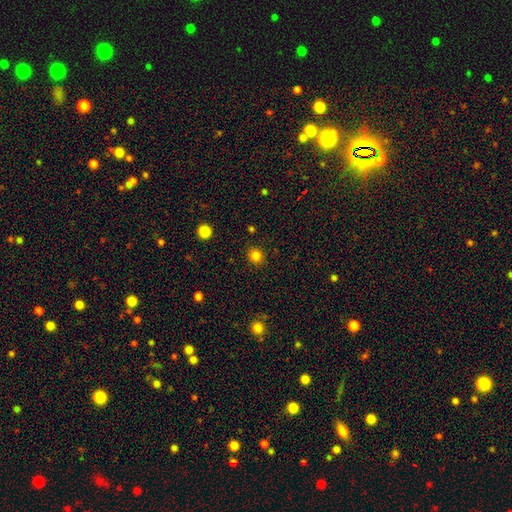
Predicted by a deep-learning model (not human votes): smooth-or-featured: smooth: 83% | star or artifact: 13% | featured or disk: 4%
  how-rounded: round: 84% | in between: 15% | cigar-shaped: 1%
  merging: none: 89% | minor disturbance: 7% | major disturbance: 2% | merger: 1%